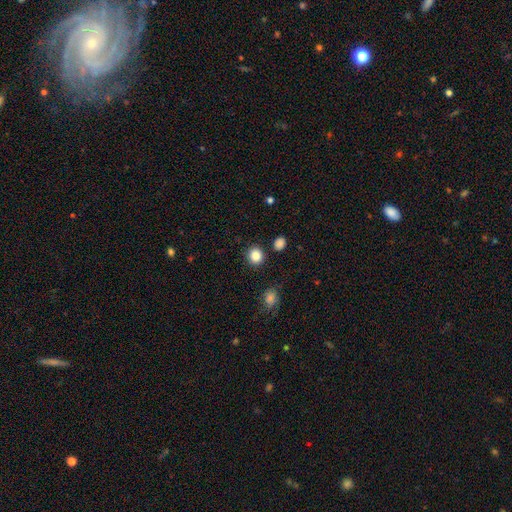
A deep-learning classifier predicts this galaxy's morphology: This appears to be a smooth galaxy with no disk features (86%) that is round (86%). Merging: none (88%).